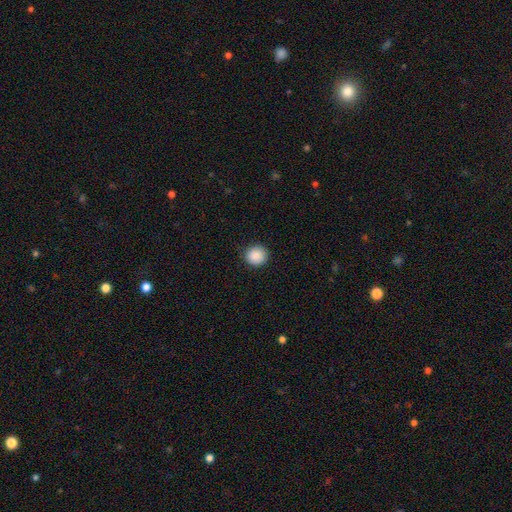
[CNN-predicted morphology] This appears to be a smooth galaxy with no disk features (89%) that is round (92%). Merging: none (90%).